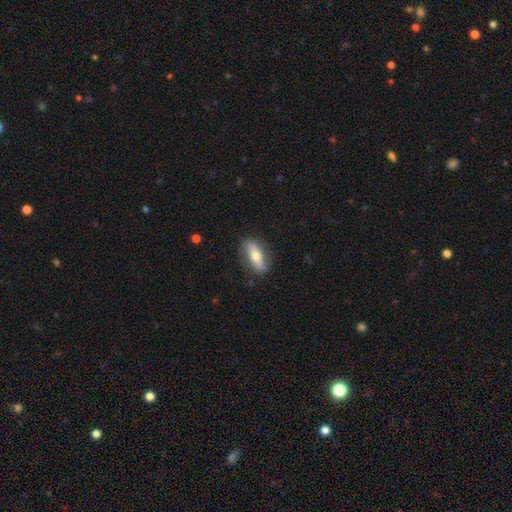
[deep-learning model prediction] smooth_or_featured: smooth (p=0.55) [alt: featured or disk p=0.39]
how_rounded: in between (p=0.65) [alt: cigar-shaped p=0.30]
merging: none (p=0.84) [alt: minor disturbance p=0.12]